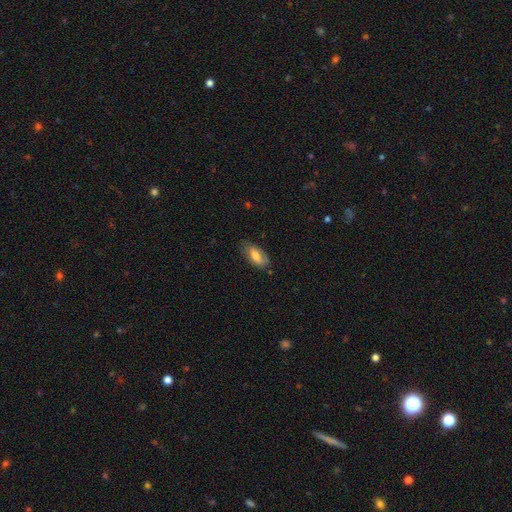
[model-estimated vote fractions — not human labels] smooth 68%, featured or disk 25%, star or artifact 7%. Down the decision tree: how rounded — in between (89%); merging — none (72%).